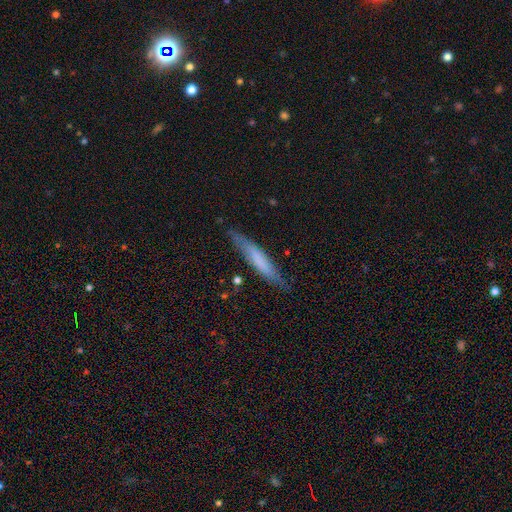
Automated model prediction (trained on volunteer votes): A smooth galaxy with no disk features (54%) that is cigar-shaped (92%). Merging: none (81%).